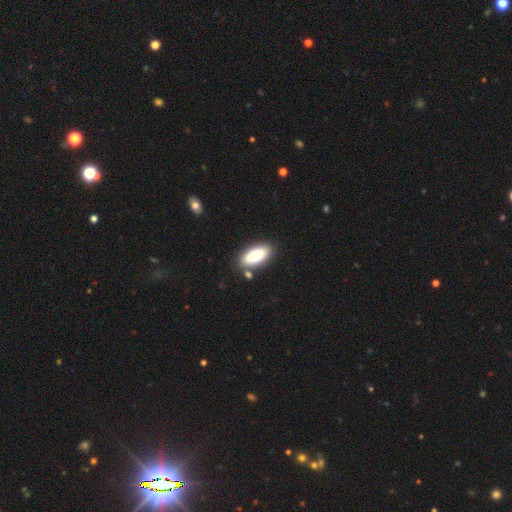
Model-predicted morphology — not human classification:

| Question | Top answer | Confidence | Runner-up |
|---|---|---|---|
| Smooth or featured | smooth | 76% | featured or disk (17%) |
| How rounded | in between | 88% | cigar-shaped (9%) |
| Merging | none | 81% | minor disturbance (10%) |